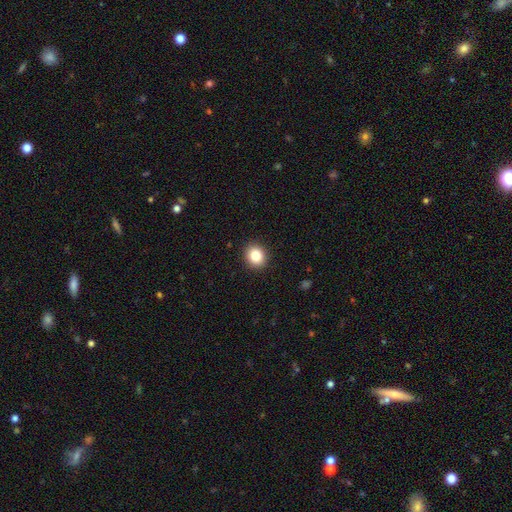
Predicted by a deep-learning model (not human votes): Q: Smooth or featured?
A: smooth (84%); runner-up: star or artifact (10%)
Q: How rounded?
A: round (77%); runner-up: in between (22%)
Q: Merging?
A: none (91%); runner-up: minor disturbance (6%)